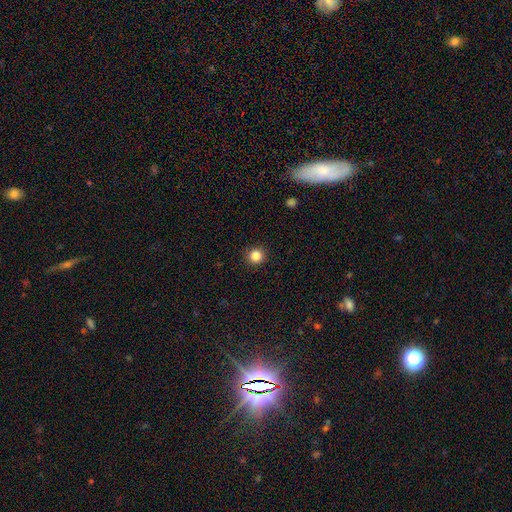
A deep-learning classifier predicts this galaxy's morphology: A smooth galaxy with no disk features (85%) that is round (94%).

Vote fractions:
- Smooth or featured? smooth: 85% / star or artifact: 12% / featured or disk: 4%
- How rounded? round: 94% / in between: 5% / cigar-shaped: 1%
- Merging? none: 92% / minor disturbance: 5% / major disturbance: 2% / merger: 1%